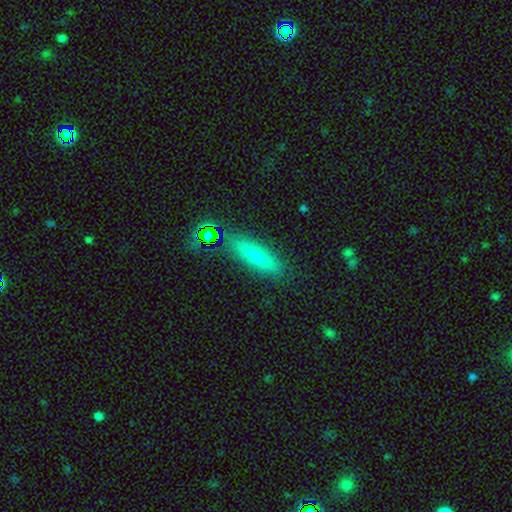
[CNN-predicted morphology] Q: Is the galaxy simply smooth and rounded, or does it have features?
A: smooth — 72%.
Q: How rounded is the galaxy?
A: cigar-shaped — 72%.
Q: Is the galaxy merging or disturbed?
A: none — 83%.